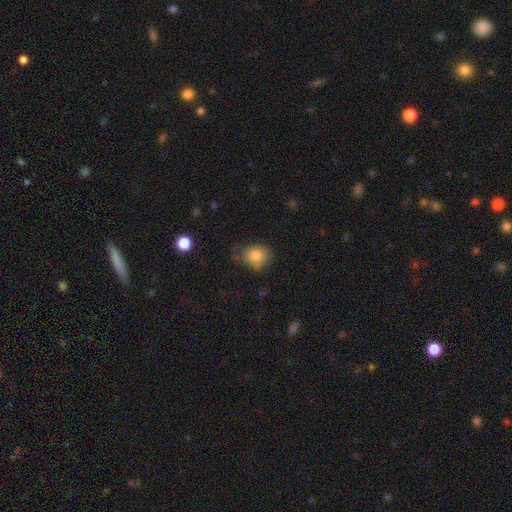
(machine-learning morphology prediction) This is clearly a smooth galaxy (81%). How rounded: likely round (70%). Merging: likely none (60%).